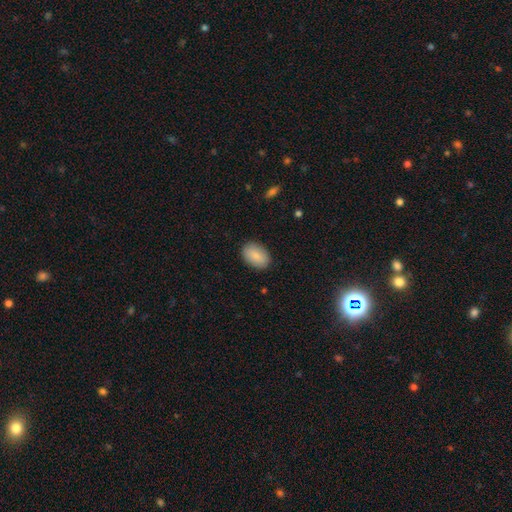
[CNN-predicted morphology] type=smooth (87%); roundness=in between (88%); merging=none (88%).